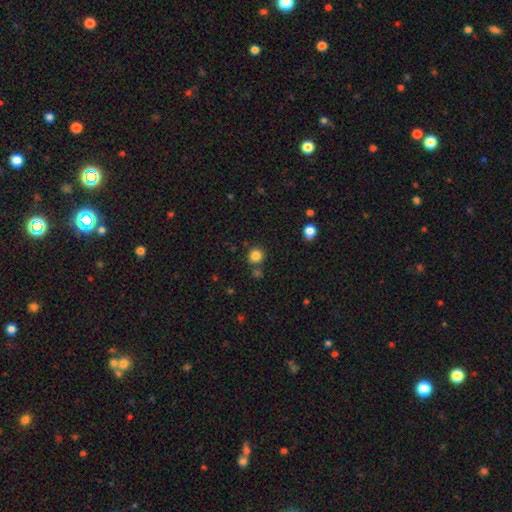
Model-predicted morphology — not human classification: A smooth galaxy with no disk features (84%) that is round (91%). Merging: none (80%).